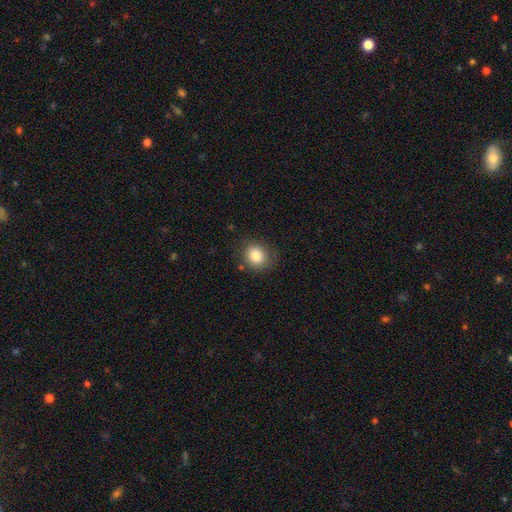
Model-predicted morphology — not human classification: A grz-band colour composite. It shows a smooth galaxy with no disk features (83%) that is round (67%). Merging: none (79%).